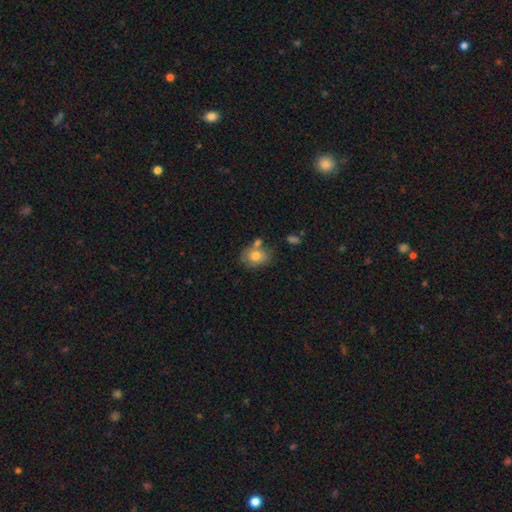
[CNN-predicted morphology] Smooth or featured? smooth (75%)
How rounded? in between (55%)
Merging? none (55%)